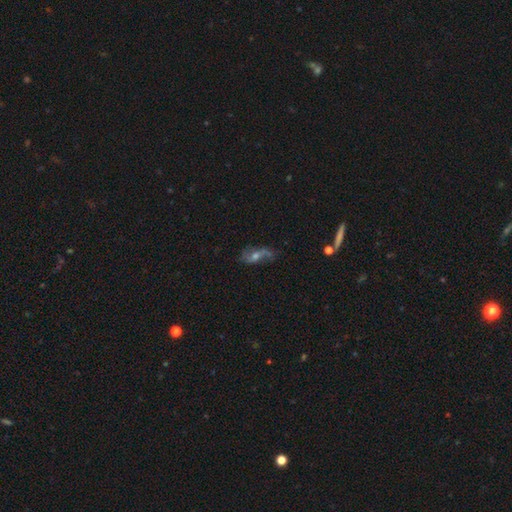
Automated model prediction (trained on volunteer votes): Smooth or featured: featured or disk — 70% (smooth — 18%)
Edge-on disk: no — 87% (yes — 13%)
Bar: no — 54% (weak — 34%)
Spiral arms: yes — 87% (no — 13%)
Spiral winding: loose — 71% (medium — 21%)
Spiral arm count: 2 — 80% (can't tell — 8%)
Bulge size: moderate — 57% (small — 33%)
Merging: none — 61% (minor disturbance — 22%)